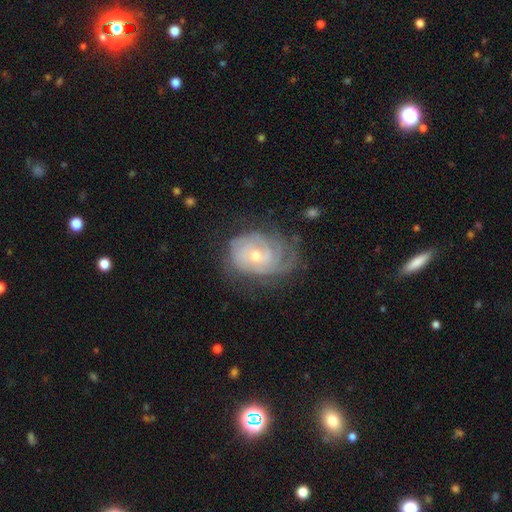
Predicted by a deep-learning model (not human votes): Smooth or featured?
  - featured or disk: 84% *
  - smooth: 10%
  - star or artifact: 6%
Edge-on disk?
  - no: 97% *
  - yes: 3%
Bar?
  - no: 68% *
  - weak: 27%
  - strong: 5%
Spiral arms?
  - yes: 95% *
  - no: 5%
Spiral winding?
  - tight: 74% *
  - medium: 21%
  - loose: 5%
Spiral arm count?
  - can't tell: 36% *
  - 3: 23%
  - 2: 17%
  - 4: 14%
  - more than 4: 5%
  - 1: 5%
Bulge size?
  - small: 50% *
  - moderate: 46%
  - large: 2%
  - none: 1%
  - dominant: 1%
Merging?
  - none: 63% *
  - minor disturbance: 23%
  - major disturbance: 13%
  - merger: 2%